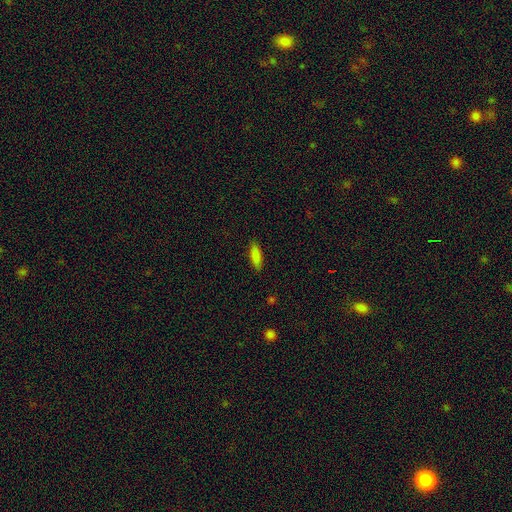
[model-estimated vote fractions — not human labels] Q: Smooth or featured?
A: smooth (86%); runner-up: star or artifact (7%)
Q: How rounded?
A: in between (54%); runner-up: cigar-shaped (44%)
Q: Merging?
A: none (87%); runner-up: minor disturbance (10%)